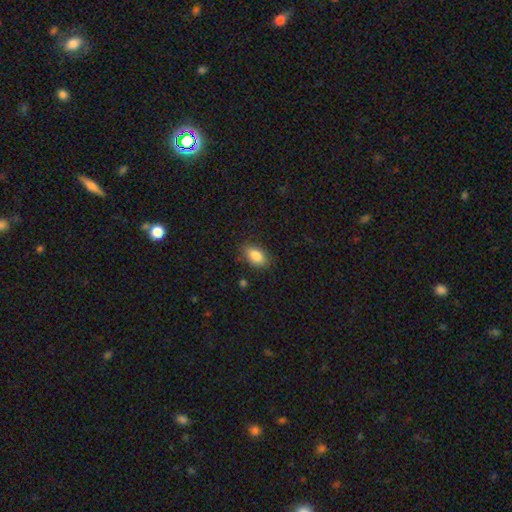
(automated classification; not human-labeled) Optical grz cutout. It shows a smooth galaxy with no disk features (86%) that is in between round and cigar-shaped (89%). Merging: none (83%).